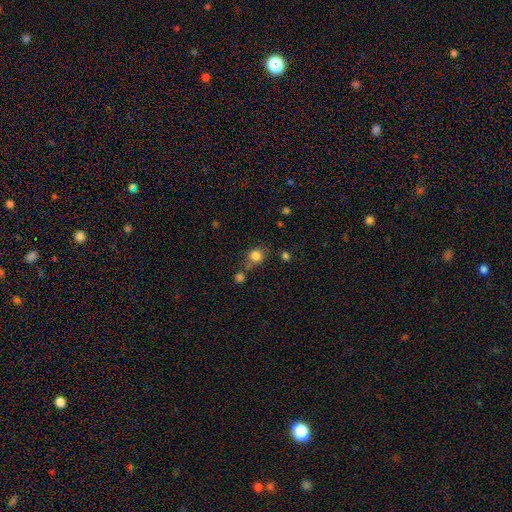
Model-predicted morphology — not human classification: smooth 82%, star or artifact 12%, featured or disk 6%. Down the decision tree: how rounded — round (82%); merging — none (59%).